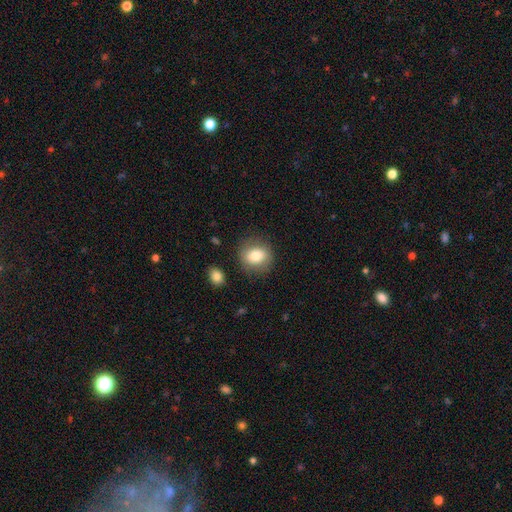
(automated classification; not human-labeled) smooth-or-featured: smooth: 79% | featured or disk: 12% | star or artifact: 9%
  how-rounded: round: 70% | in between: 29% | cigar-shaped: 1%
  merging: none: 83% | minor disturbance: 11% | major disturbance: 4% | merger: 2%